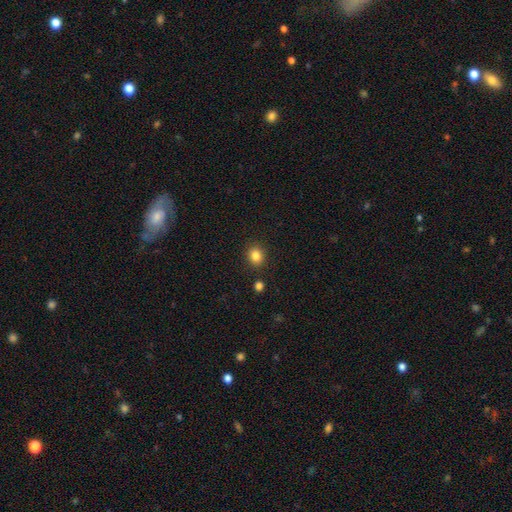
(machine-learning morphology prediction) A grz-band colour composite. It shows a smooth galaxy with no disk features (84%) that is round (66%). Merging: none (87%).